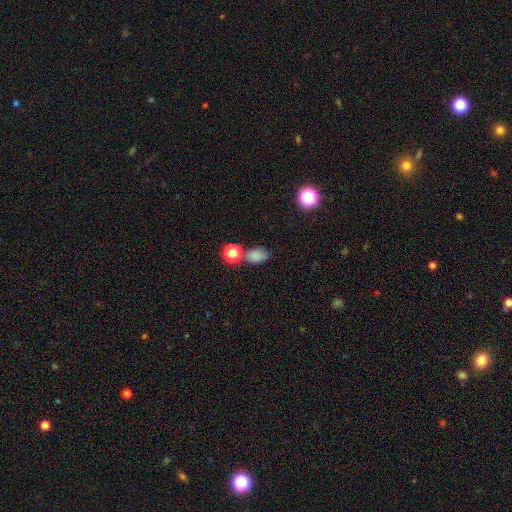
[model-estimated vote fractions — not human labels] smooth_or_featured: smooth (p=0.80) [alt: star or artifact p=0.14]
how_rounded: in between (p=0.76) [alt: round p=0.22]
merging: none (p=0.62) [alt: merger p=0.19]